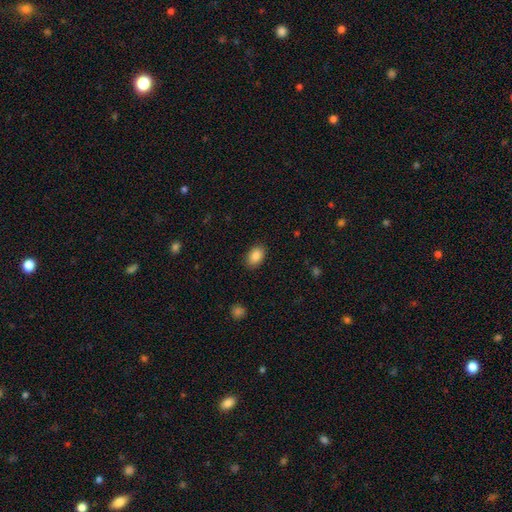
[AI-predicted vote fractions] smooth-or-featured: smooth: 87% | star or artifact: 8% | featured or disk: 5%
  how-rounded: in between: 89% | round: 10% | cigar-shaped: 1%
  merging: none: 88% | minor disturbance: 9% | major disturbance: 2% | merger: 1%